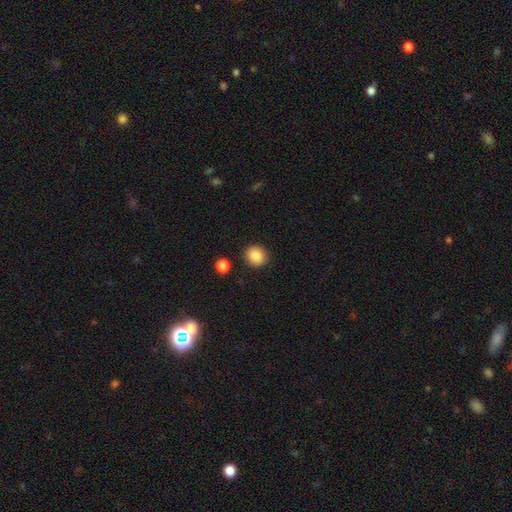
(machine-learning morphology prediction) A smooth galaxy with no disk features (87%) that is round (77%). Merging: none (88%).